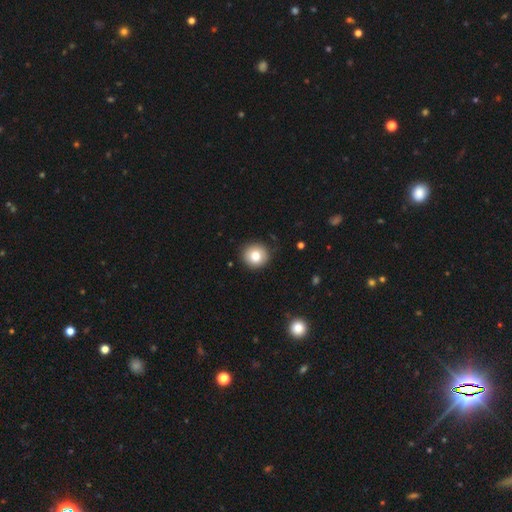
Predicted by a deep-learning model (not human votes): Overall: smooth (79%). How rounded: round (92%). Merging: none (89%).